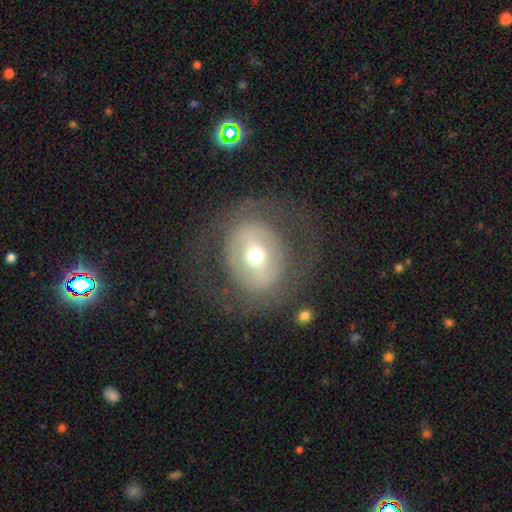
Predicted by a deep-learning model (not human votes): featured or disk 58%, smooth 34%, star or artifact 8%. Down the decision tree: edge-on disk — no (94%); bar — no (39%); spiral arms — no (76%); bulge size — moderate (60%); merging — none (73%).